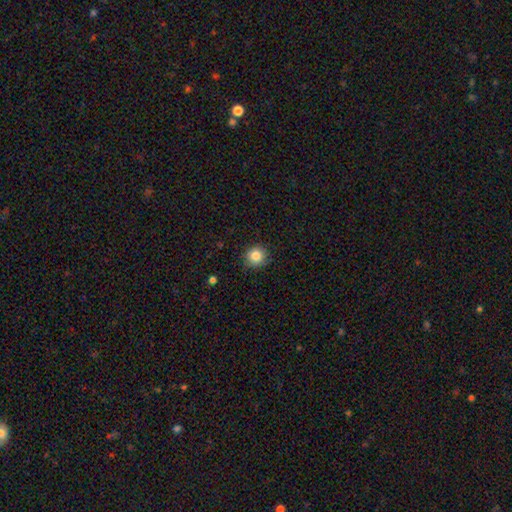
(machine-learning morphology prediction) Q: Smooth or featured?
A: smooth (84%); runner-up: star or artifact (11%)
Q: How rounded?
A: round (92%); runner-up: in between (7%)
Q: Merging?
A: none (87%); runner-up: minor disturbance (10%)